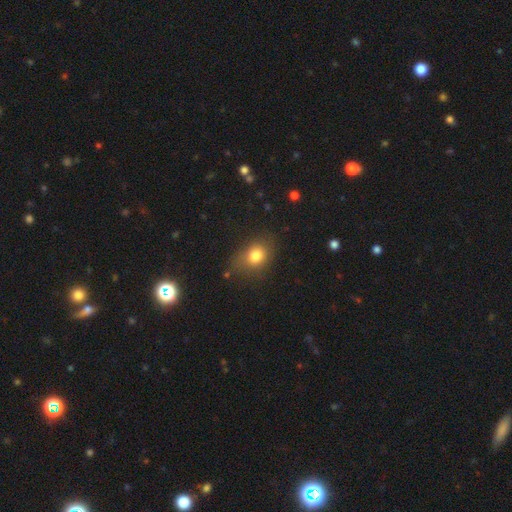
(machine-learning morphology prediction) Smooth or featured: smooth — 79% (star or artifact — 11%)
How rounded: in between — 59% (round — 40%)
Merging: none — 69% (minor disturbance — 21%)